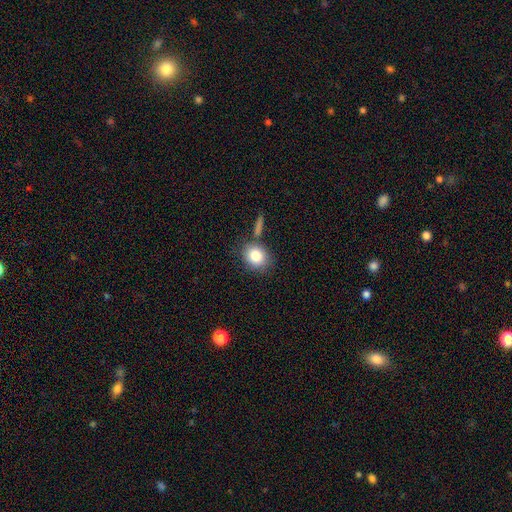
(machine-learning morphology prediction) A smooth galaxy with no disk features (82%) that is round (65%). Merging: none (72%).